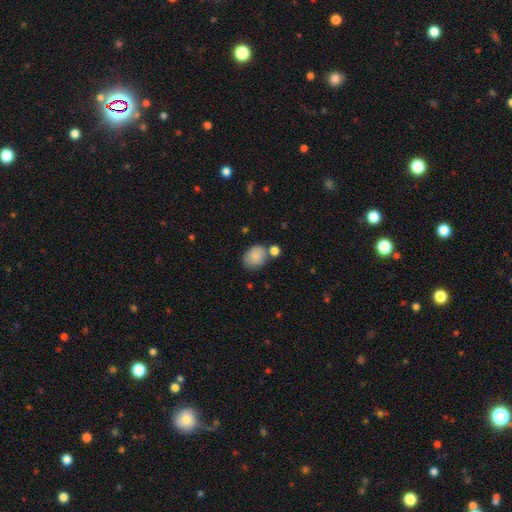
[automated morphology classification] The model was most divided on "how rounded": in between: 57%, round: 42%, cigar-shaped: 1%. More confident: smooth or featured — smooth (86%); merging — none (64%).